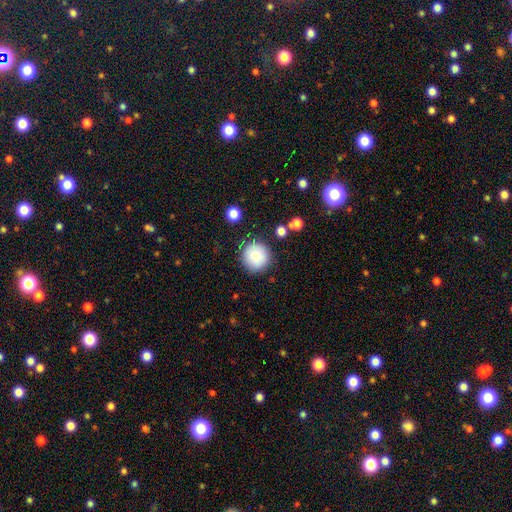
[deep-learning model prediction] smooth-or-featured: smooth: 81% | featured or disk: 10% | star or artifact: 9%
  how-rounded: round: 94% | in between: 5% | cigar-shaped: 1%
  merging: none: 85% | minor disturbance: 10% | major disturbance: 3% | merger: 3%